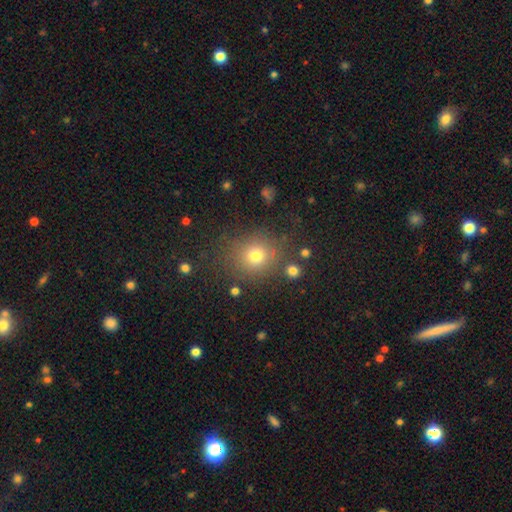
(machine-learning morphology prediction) smooth 73%, star or artifact 17%, featured or disk 10%. Down the decision tree: how rounded — round (82%); merging — none (80%).